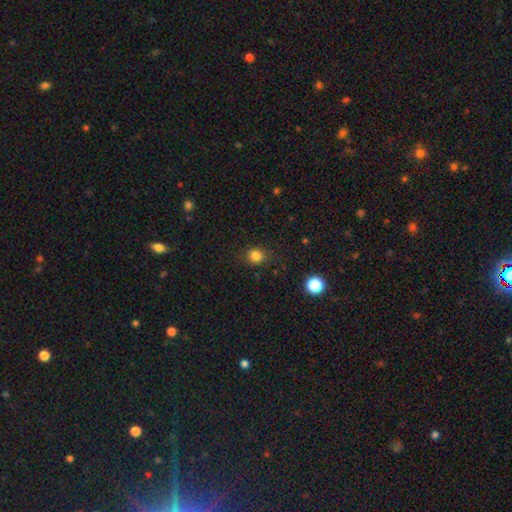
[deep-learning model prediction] A smooth galaxy with no disk features (82%) that is round (77%). Merging: none (82%).